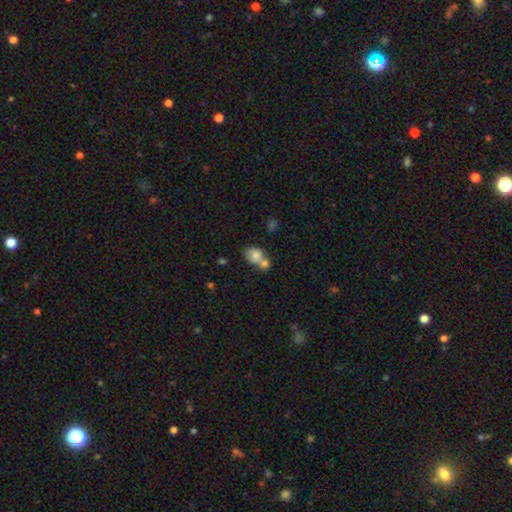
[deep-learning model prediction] Morphology: type=smooth (76%); roundness=in between (59%); merging=merger (62%).